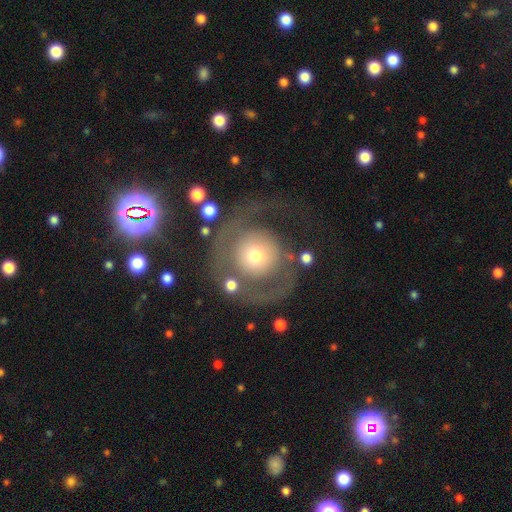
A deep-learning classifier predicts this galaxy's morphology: smooth-or-featured: featured or disk: 61% | smooth: 32% | star or artifact: 8%
  disk-edge-on: no: 97% | yes: 3%
    bar: no: 85% | weak: 12% | strong: 3%
    has-spiral-arms: yes: 64% | no: 36%
    bulge-size: moderate: 50% | small: 33% | large: 12% | dominant: 3% | none: 2%
  merging: none: 47% | major disturbance: 34% | minor disturbance: 15% | merger: 5%